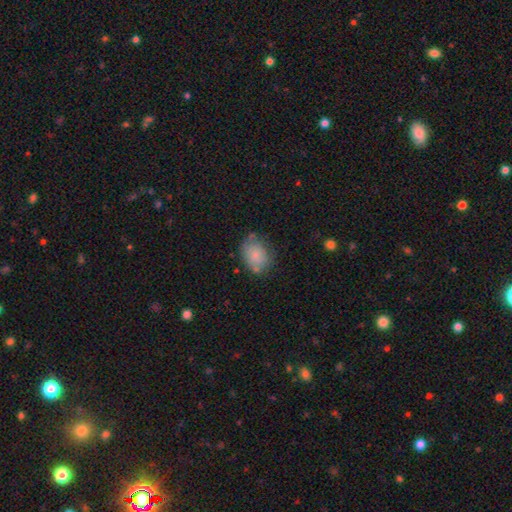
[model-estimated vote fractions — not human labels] Smooth or featured? smooth (79%)
How rounded? in between (66%)
Merging? none (62%)